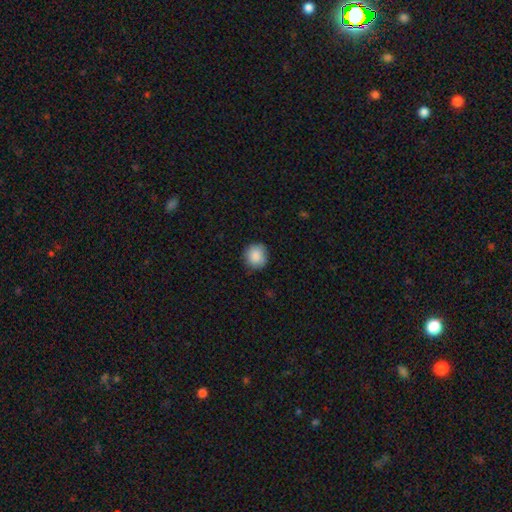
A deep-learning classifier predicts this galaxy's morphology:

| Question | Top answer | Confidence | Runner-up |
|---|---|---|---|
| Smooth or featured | smooth | 88% | star or artifact (8%) |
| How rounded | round | 89% | in between (10%) |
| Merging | none | 84% | minor disturbance (13%) |